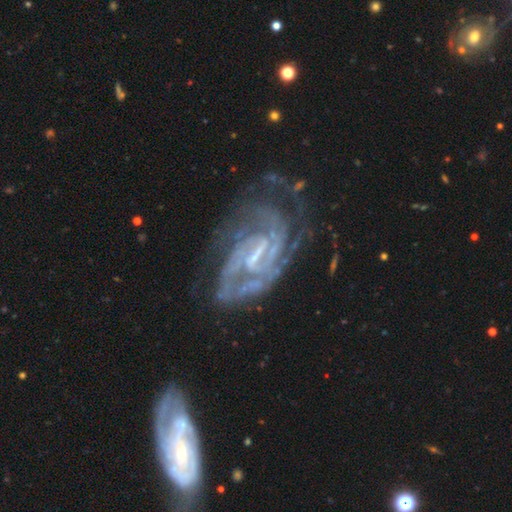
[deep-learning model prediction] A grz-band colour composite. It shows a featured or disk galaxy (87%) with a weak bar (45%), tight (54%) spiral arms (93%) and a small central bulge (46%). Merging: none (51%).